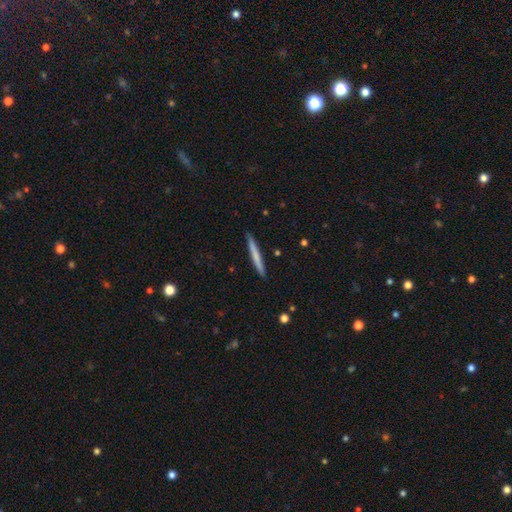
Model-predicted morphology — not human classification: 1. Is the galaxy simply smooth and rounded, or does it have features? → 65% smooth, 30% featured or disk, 5% star or artifact.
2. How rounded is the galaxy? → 97% cigar-shaped, 2% in between, 1% round.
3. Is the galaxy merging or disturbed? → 91% none, 7% minor disturbance, 1% major disturbance, 1% merger.